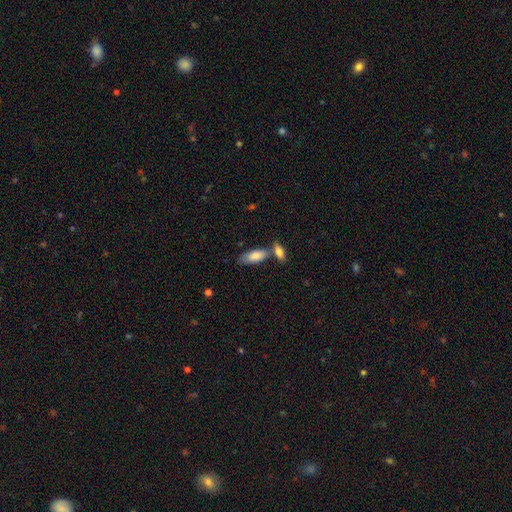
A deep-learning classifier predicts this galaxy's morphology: smooth-or-featured: smooth: 82% | featured or disk: 12% | star or artifact: 6%
  how-rounded: in between: 82% | cigar-shaped: 16% | round: 2%
  merging: none: 51% | merger: 29% | minor disturbance: 16% | major disturbance: 4%